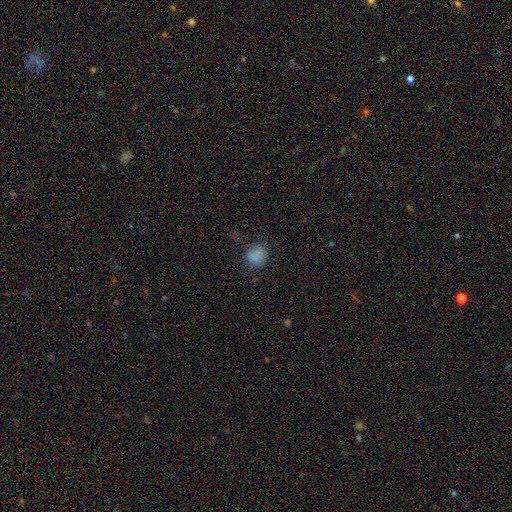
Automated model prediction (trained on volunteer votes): smooth_or_featured: smooth (p=0.83) [alt: star or artifact p=0.12]
how_rounded: round (p=0.75) [alt: in between p=0.25]
merging: none (p=0.80) [alt: minor disturbance p=0.14]